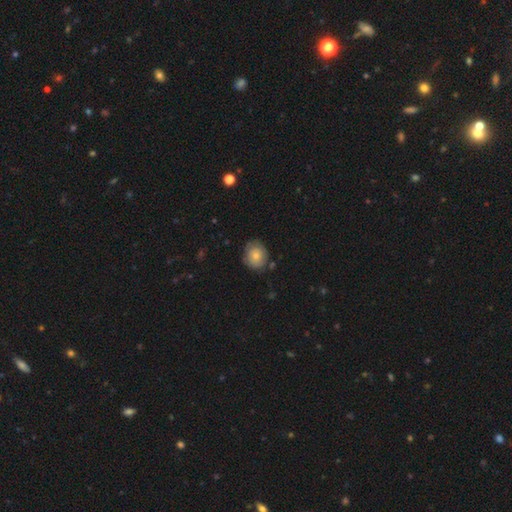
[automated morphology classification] smooth_or_featured: smooth (p=0.63) [alt: featured or disk p=0.29]
how_rounded: round (p=0.69) [alt: in between p=0.30]
merging: none (p=0.73) [alt: minor disturbance p=0.20]